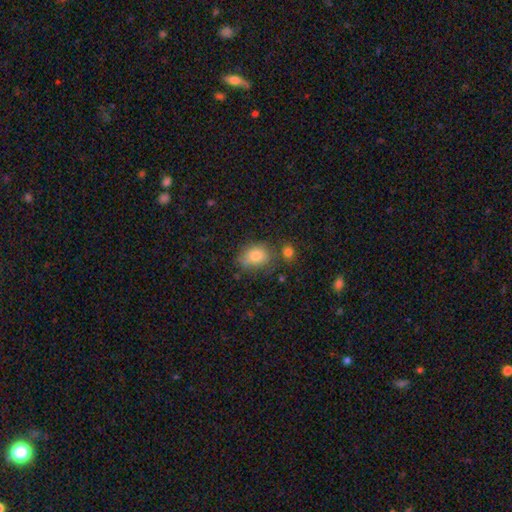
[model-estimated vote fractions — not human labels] Smooth or featured: smooth — 81% (star or artifact — 10%)
How rounded: in between — 70% (round — 28%)
Merging: none — 59% (minor disturbance — 25%)